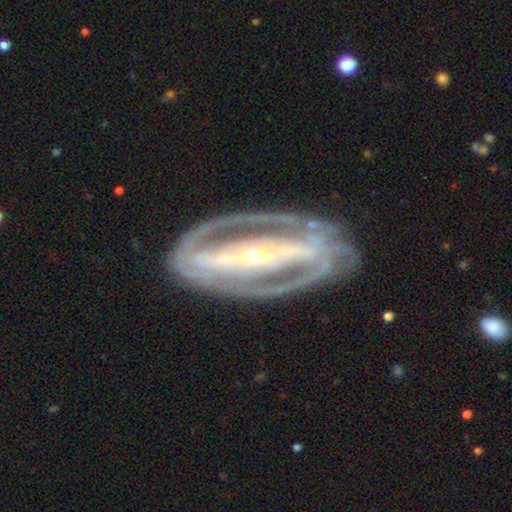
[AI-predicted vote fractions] Smooth or featured?
  - featured or disk: 89% *
  - smooth: 6%
  - star or artifact: 5%
Edge-on disk?
  - no: 91% *
  - yes: 9%
Bar?
  - strong: 74% *
  - weak: 14%
  - no: 12%
Spiral arms?
  - yes: 90% *
  - no: 10%
Spiral winding?
  - tight: 57% *
  - medium: 33%
  - loose: 9%
Spiral arm count?
  - 2: 66% *
  - can't tell: 13%
  - 3: 10%
  - 1: 4%
  - 4: 4%
  - more than 4: 3%
Bulge size?
  - small: 72% *
  - moderate: 22%
  - large: 2%
  - dominant: 1%
  - none: 1%
Merging?
  - none: 73% *
  - minor disturbance: 16%
  - major disturbance: 9%
  - merger: 2%